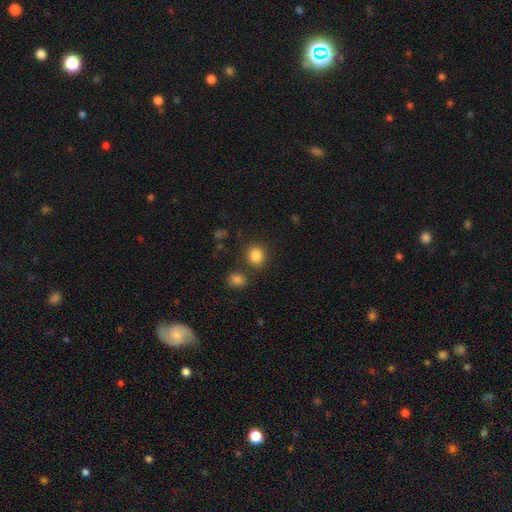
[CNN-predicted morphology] This appears to be a smooth galaxy with no disk features (85%) that is round (78%). Merging: none (79%).